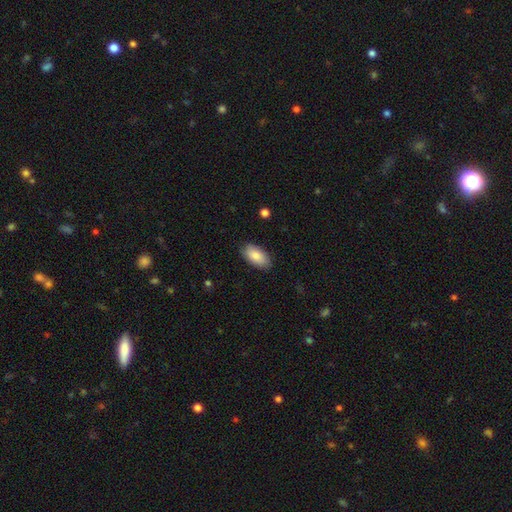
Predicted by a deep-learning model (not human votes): This appears to be a smooth galaxy with no disk features (85%) that is in between round and cigar-shaped (94%). Merging: none (86%).